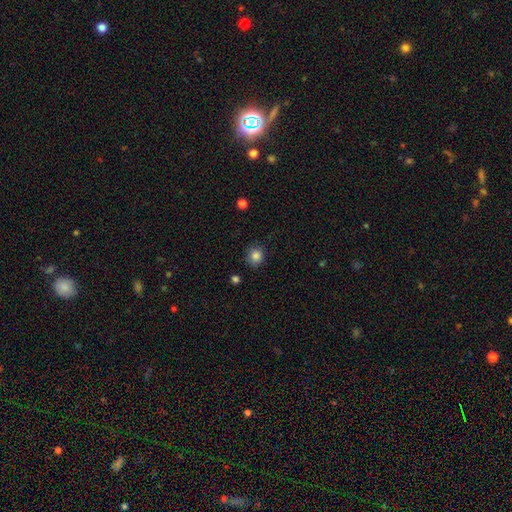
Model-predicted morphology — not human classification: This is clearly a smooth galaxy (84%). How rounded: clearly round (84%). Merging: clearly none (85%).